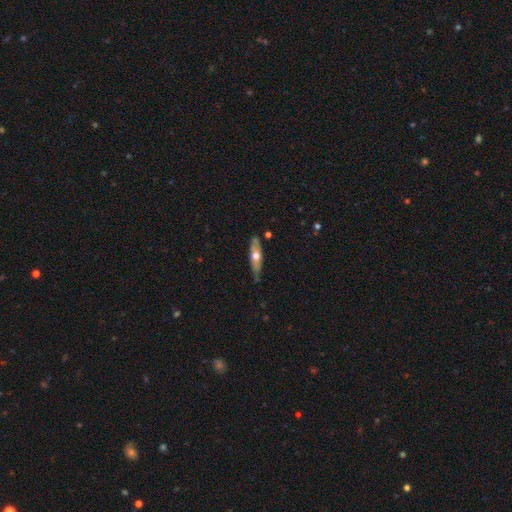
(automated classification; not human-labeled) featured or disk 51%, smooth 43%, star or artifact 5%. Down the decision tree: edge-on disk — yes (64%); merging — none (75%).